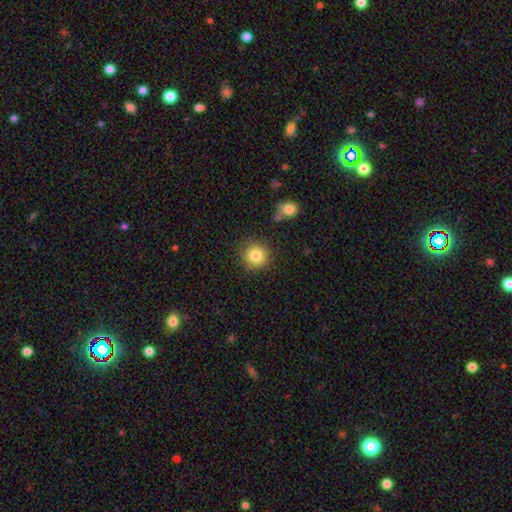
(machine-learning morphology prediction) type=smooth (83%); roundness=round (92%); merging=none (85%).